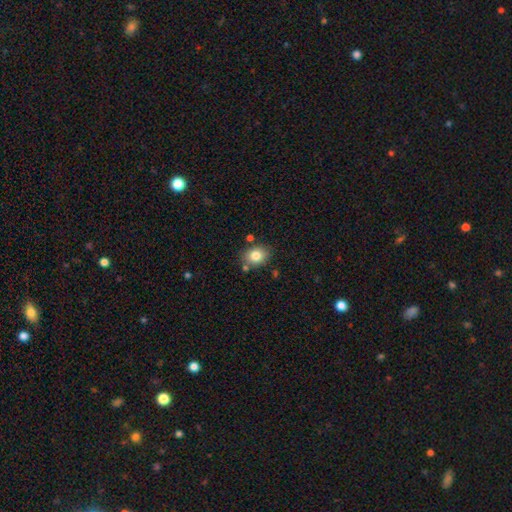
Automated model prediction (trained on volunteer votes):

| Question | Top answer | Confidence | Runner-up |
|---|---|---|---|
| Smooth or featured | smooth | 81% | star or artifact (10%) |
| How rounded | round | 53% | in between (47%) |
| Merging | none | 78% | minor disturbance (12%) |